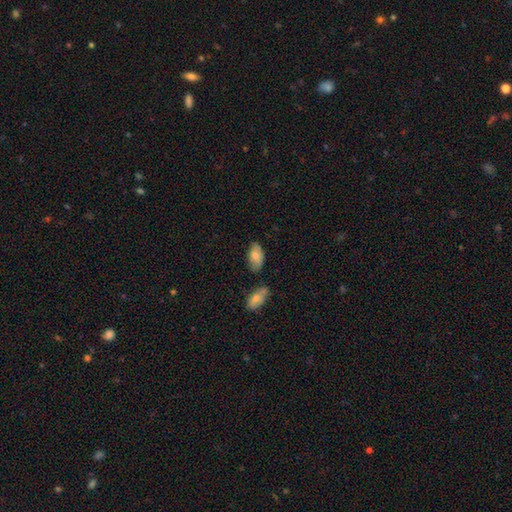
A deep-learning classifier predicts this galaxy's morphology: Q: Smooth or featured?
A: smooth (73%); runner-up: featured or disk (20%)
Q: How rounded?
A: in between (93%); runner-up: round (4%)
Q: Merging?
A: none (61%); runner-up: minor disturbance (26%)